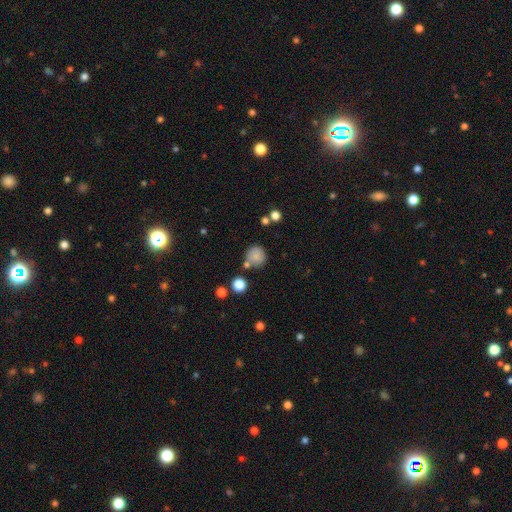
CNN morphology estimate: This is likely a smooth galaxy (79%). How rounded: clearly round (89%). Merging: likely none (68%).